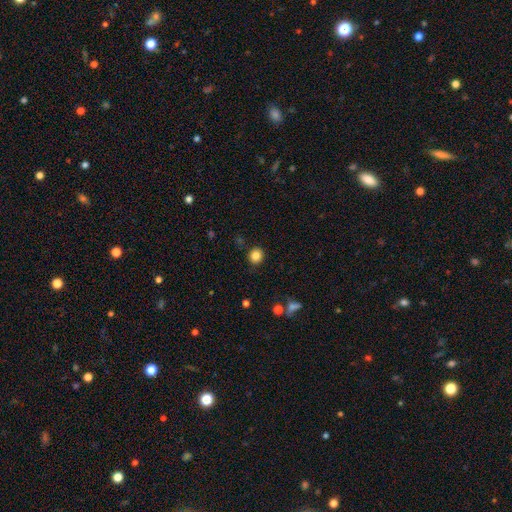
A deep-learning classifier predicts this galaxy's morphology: smooth_or_featured: smooth (p=0.83) [alt: star or artifact p=0.11]
how_rounded: round (p=0.87) [alt: in between p=0.12]
merging: none (p=0.88) [alt: minor disturbance p=0.08]